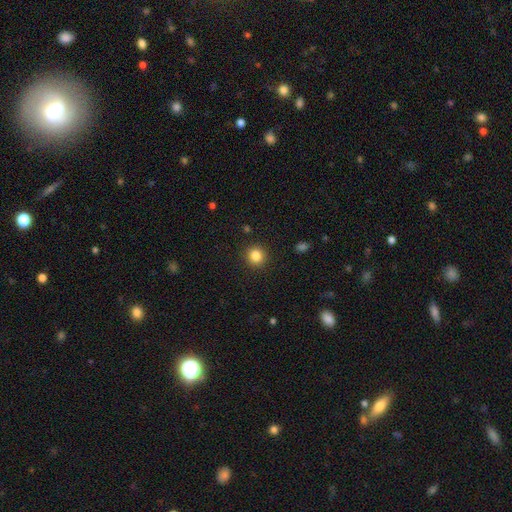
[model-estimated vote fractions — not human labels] Smooth or featured? Predicted: smooth (p=0.84). How rounded? Predicted: round (p=0.93). Merging? Predicted: none (p=0.91).